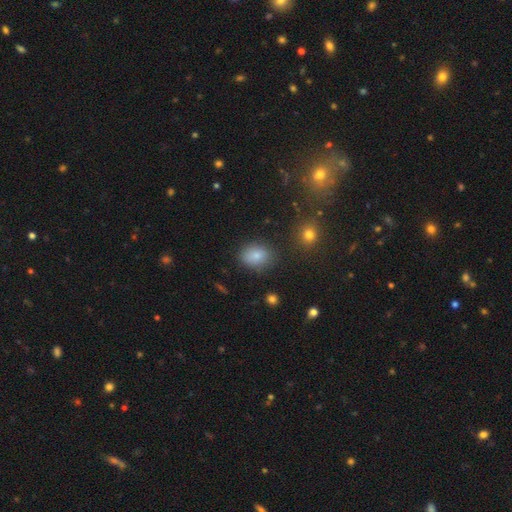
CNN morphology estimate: smooth_or_featured: smooth (p=0.81) [alt: star or artifact p=0.11]
how_rounded: in between (p=0.59) [alt: round p=0.40]
merging: none (p=0.81) [alt: minor disturbance p=0.12]